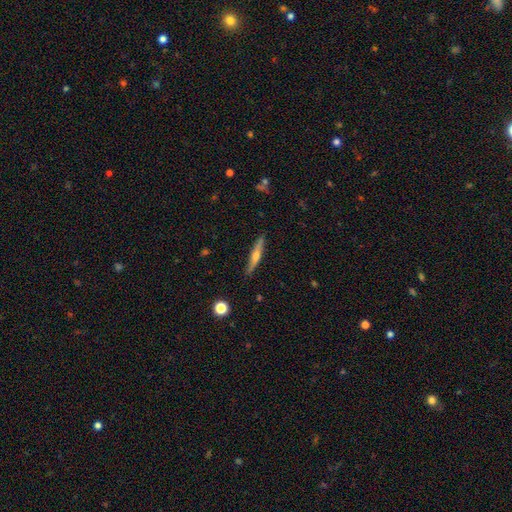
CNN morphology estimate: Smooth or featured? Predicted: featured or disk (p=0.63). Edge-on disk? Predicted: yes (p=0.96). Edge-on bulge? Predicted: rounded (p=0.89). Merging? Predicted: none (p=0.89).